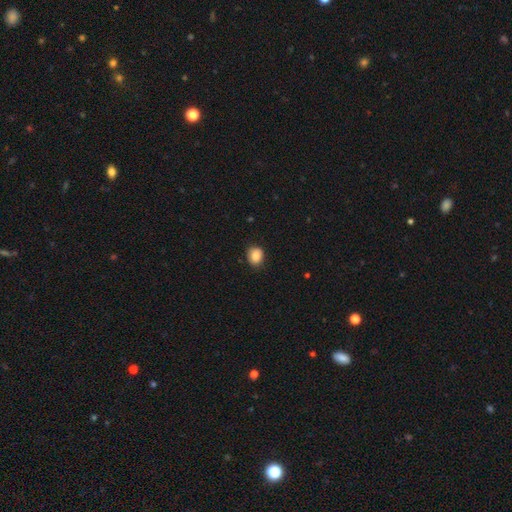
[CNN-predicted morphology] Smooth or featured? smooth (85%)
How rounded? round (66%)
Merging? none (84%)